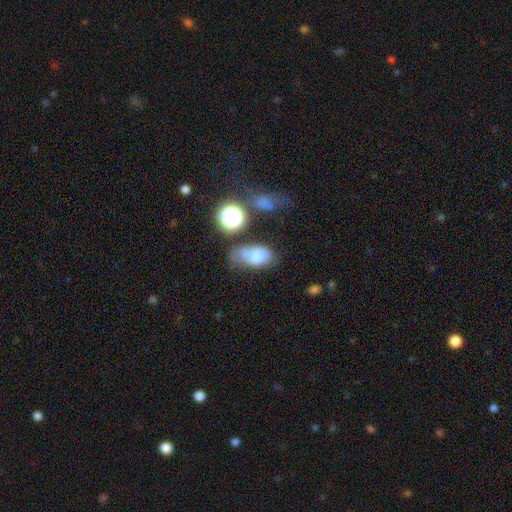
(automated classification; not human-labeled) Smooth or featured?
  - smooth: 56% *
  - featured or disk: 30%
  - star or artifact: 13%
How rounded?
  - in between: 87% *
  - round: 10%
  - cigar-shaped: 3%
Merging?
  - none: 41% *
  - minor disturbance: 28%
  - major disturbance: 18%
  - merger: 13%